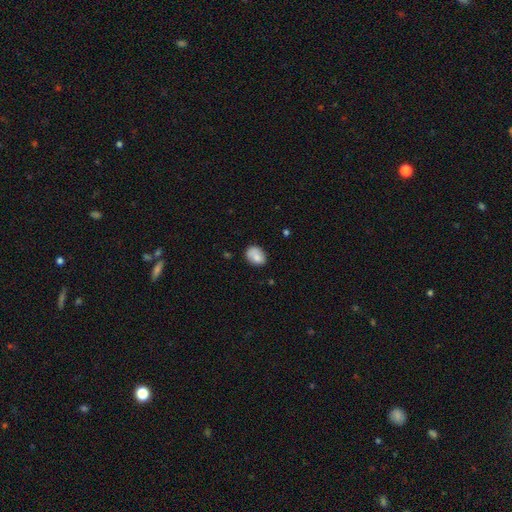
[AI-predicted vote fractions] Morphology: type=smooth (77%); roundness=in between (69%); merging=none (68%).